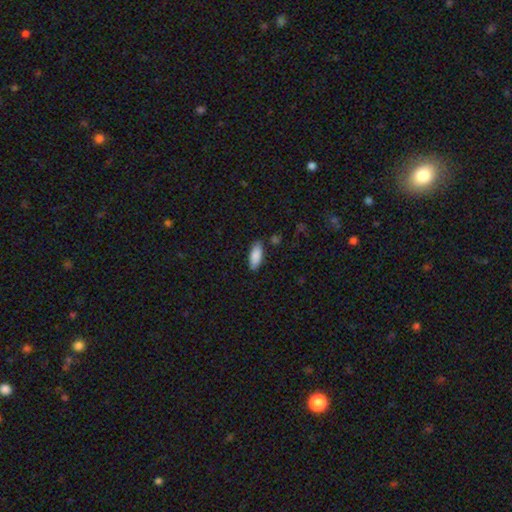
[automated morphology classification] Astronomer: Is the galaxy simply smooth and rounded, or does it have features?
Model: smooth — 87%.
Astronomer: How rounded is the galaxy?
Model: in between — 77%.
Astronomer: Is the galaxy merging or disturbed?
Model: none — 83%.